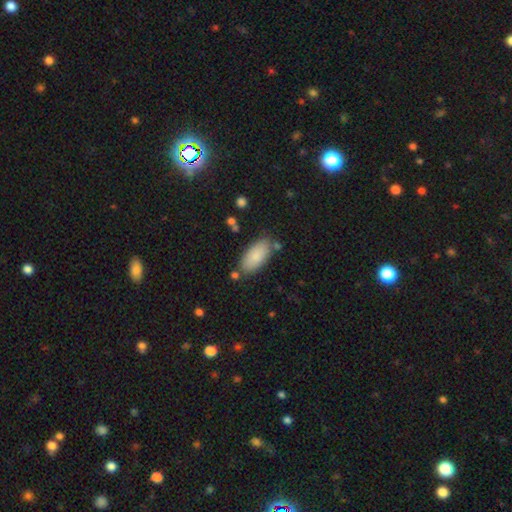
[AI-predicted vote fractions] Overall: smooth (86%). How rounded: in between (90%). Merging: none (78%).